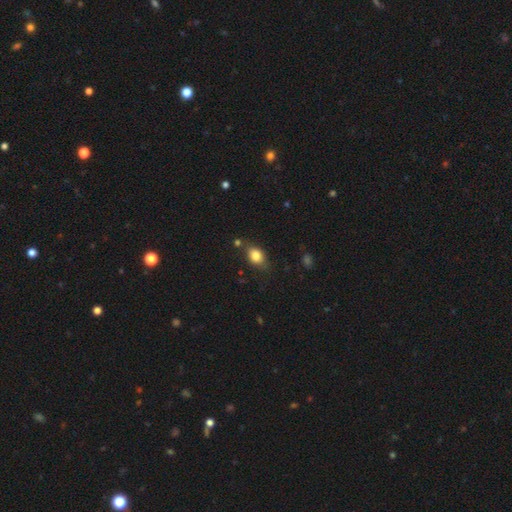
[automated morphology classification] smooth-or-featured: smooth: 83% | star or artifact: 9% | featured or disk: 8%
  how-rounded: in between: 72% | round: 26% | cigar-shaped: 2%
  merging: none: 73% | minor disturbance: 18% | merger: 5% | major disturbance: 4%